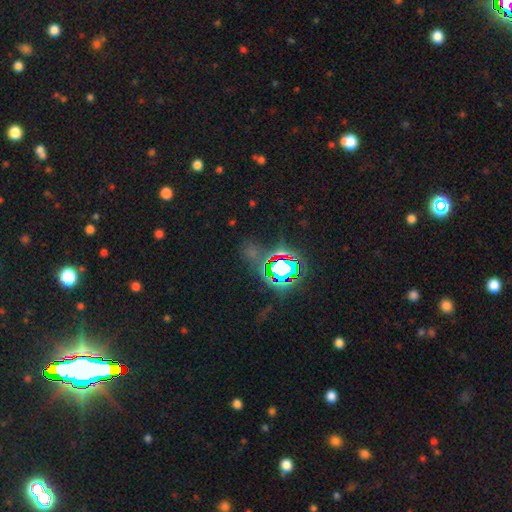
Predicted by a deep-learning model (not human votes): Smooth or featured: star or artifact — 75% (smooth — 16%)